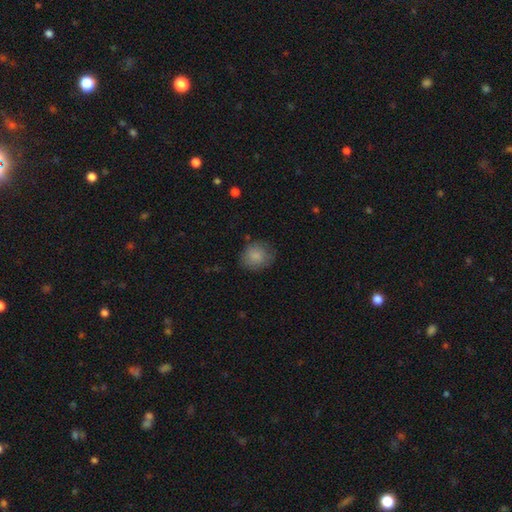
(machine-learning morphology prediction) smooth-or-featured: smooth: 86% | star or artifact: 8% | featured or disk: 7%
  how-rounded: round: 80% | in between: 19% | cigar-shaped: 1%
  merging: none: 77% | minor disturbance: 17% | major disturbance: 5% | merger: 1%